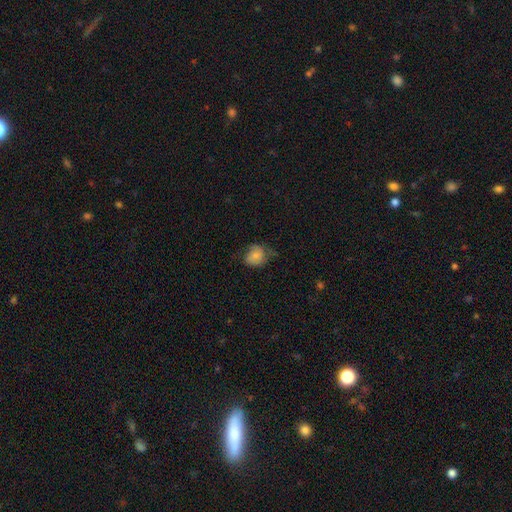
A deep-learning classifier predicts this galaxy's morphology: A smooth galaxy with no disk features (65%) that is round (55%). Merging: none (46%).